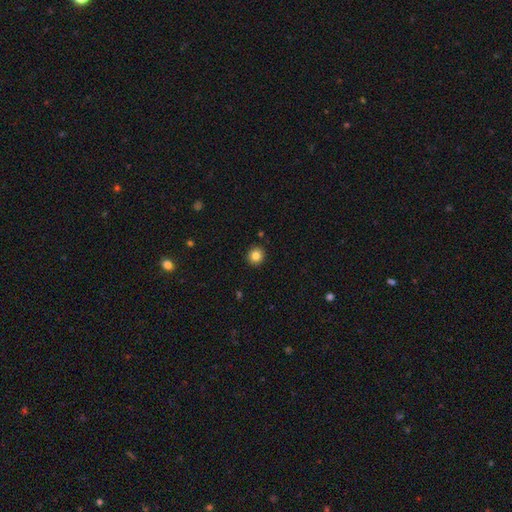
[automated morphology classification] smooth_or_featured: smooth (p=0.83) [alt: star or artifact p=0.11]
how_rounded: round (p=0.92) [alt: in between p=0.07]
merging: none (p=0.93) [alt: minor disturbance p=0.05]